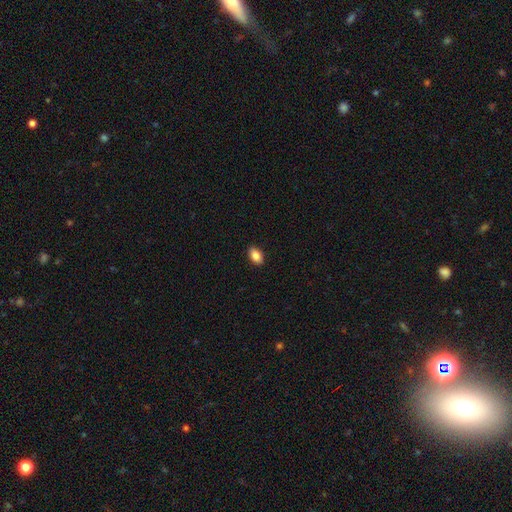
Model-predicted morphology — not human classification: smooth-or-featured: smooth: 86% | star or artifact: 8% | featured or disk: 6%
  how-rounded: in between: 90% | round: 8% | cigar-shaped: 2%
  merging: none: 89% | minor disturbance: 8% | major disturbance: 2% | merger: 1%